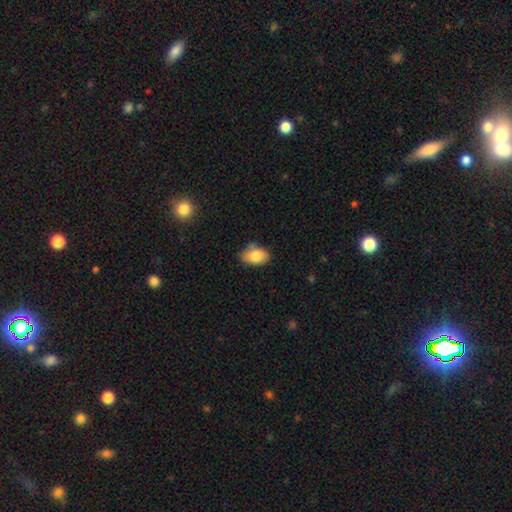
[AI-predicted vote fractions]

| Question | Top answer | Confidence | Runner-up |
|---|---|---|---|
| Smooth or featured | smooth | 82% | featured or disk (11%) |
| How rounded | in between | 84% | round (15%) |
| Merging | none | 66% | minor disturbance (25%) |